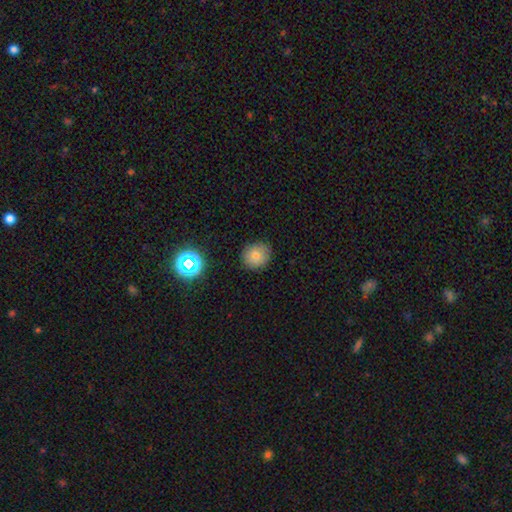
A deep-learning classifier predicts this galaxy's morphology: smooth_or_featured: smooth (p=0.77) [alt: star or artifact p=0.13]
how_rounded: round (p=0.81) [alt: in between p=0.18]
merging: none (p=0.86) [alt: minor disturbance p=0.10]